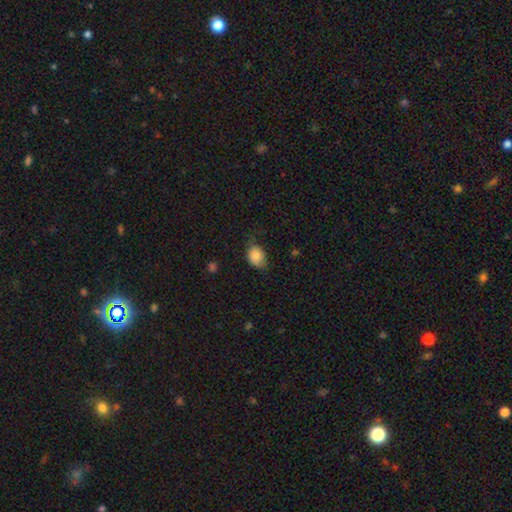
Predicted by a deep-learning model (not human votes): Smooth or featured? smooth (84%)
How rounded? in between (60%)
Merging? none (58%)